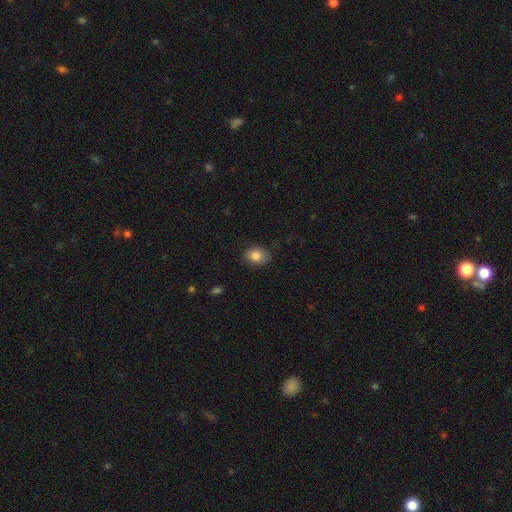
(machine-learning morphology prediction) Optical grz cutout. It shows a smooth galaxy with no disk features (84%) that is in between round and cigar-shaped (54%). Merging: none (82%).